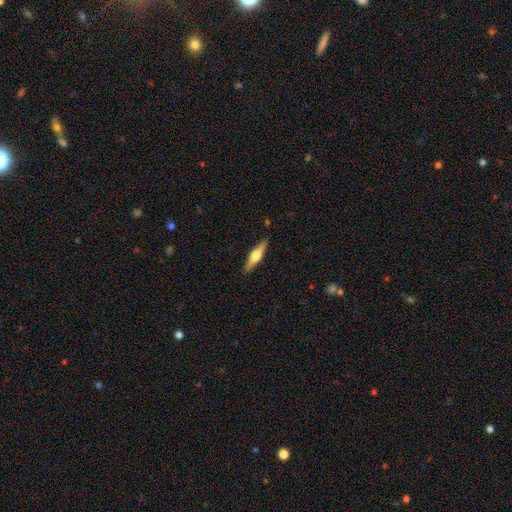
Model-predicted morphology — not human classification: smooth_or_featured: featured or disk (p=0.58) [alt: smooth p=0.36]
disk_edge_on: yes (p=0.96) [alt: no p=0.04]
edge_on_bulge: rounded (p=0.93) [alt: boxy p=0.05]
merging: none (p=0.88) [alt: minor disturbance p=0.09]